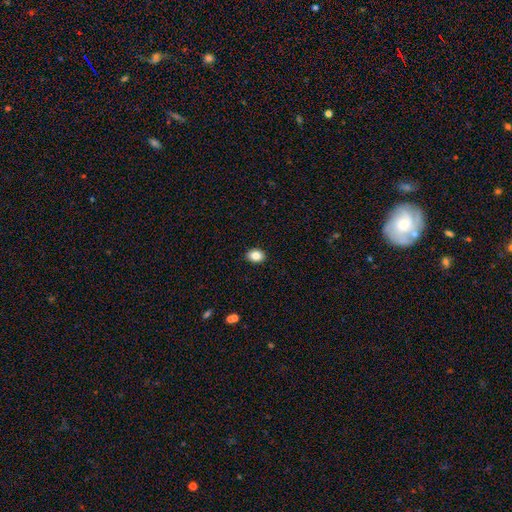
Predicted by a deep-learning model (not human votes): smooth 86%, star or artifact 9%, featured or disk 5%. Down the decision tree: how rounded — in between (72%); merging — none (90%).